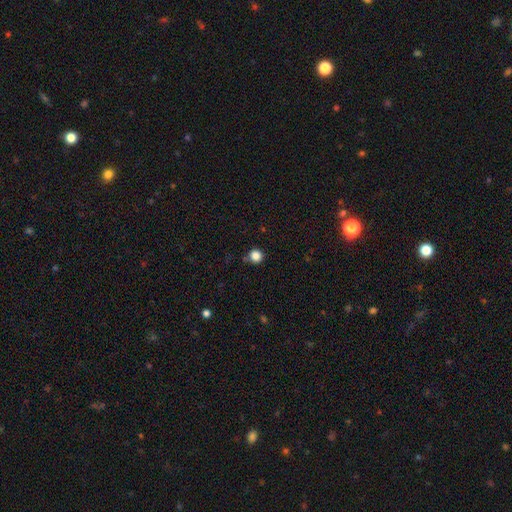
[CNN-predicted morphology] A smooth galaxy with no disk features (84%) that is round (92%). Merging: none (83%).